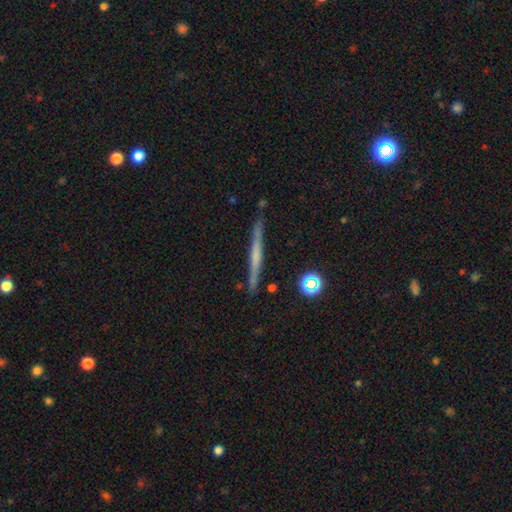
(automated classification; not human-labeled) A featured or disk galaxy (56%) viewed edge-on (97%) with no central bulge (72%). Merging: none (87%).